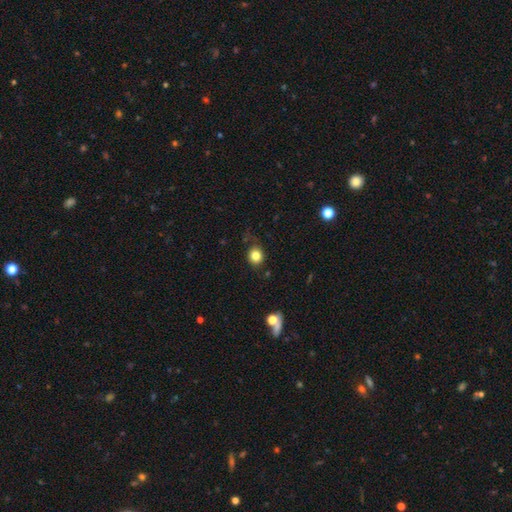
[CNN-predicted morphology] A smooth galaxy with no disk features (82%) that is round (76%).

Vote fractions:
- Smooth or featured? smooth: 82% / star or artifact: 11% / featured or disk: 7%
- How rounded? round: 76% / in between: 23% / cigar-shaped: 1%
- Merging? none: 77% / minor disturbance: 16% / major disturbance: 5% / merger: 2%